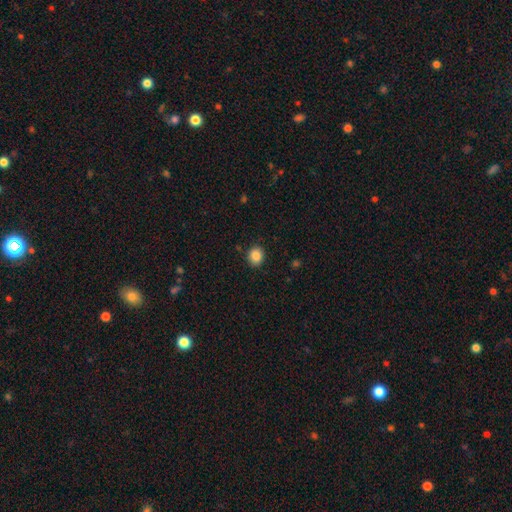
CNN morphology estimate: The model was most divided on "how rounded": round: 72%, in between: 27%, cigar-shaped: 1%. More confident: merging — none (88%); smooth or featured — smooth (86%).